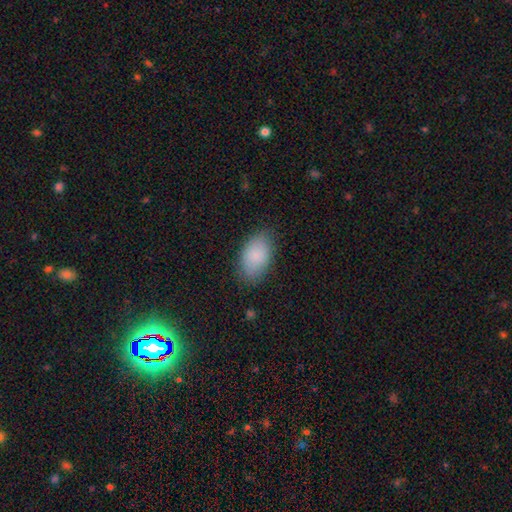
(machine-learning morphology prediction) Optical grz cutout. It shows a smooth galaxy with no disk features (87%) that is in between round and cigar-shaped (92%). Merging: none (82%).